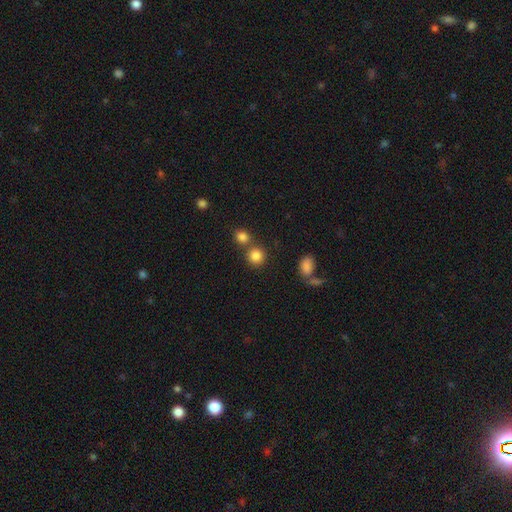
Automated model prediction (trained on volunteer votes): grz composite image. It shows a smooth galaxy with no disk features (83%) that is round (88%). Merging: none (65%).